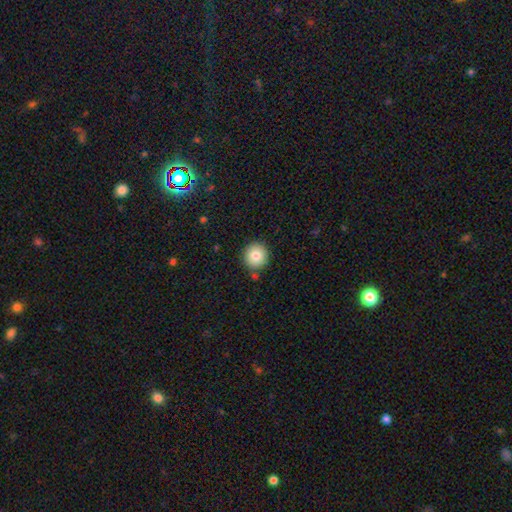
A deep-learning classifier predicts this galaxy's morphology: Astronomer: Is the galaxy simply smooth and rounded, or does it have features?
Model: smooth — 82%.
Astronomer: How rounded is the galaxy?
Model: round — 92%.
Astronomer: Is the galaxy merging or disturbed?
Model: none — 87%.